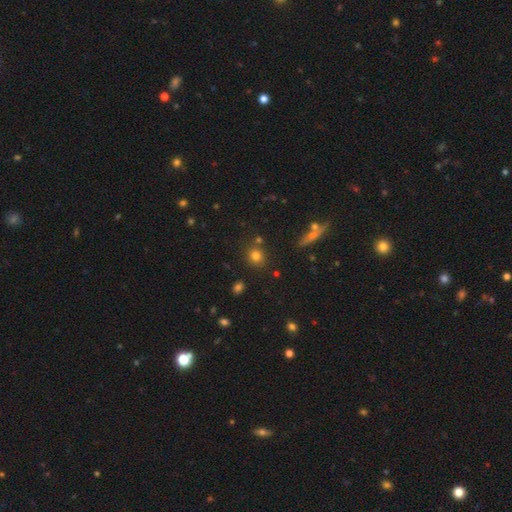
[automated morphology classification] smooth_or_featured: smooth (p=0.76) [alt: star or artifact p=0.16]
how_rounded: round (p=0.79) [alt: in between p=0.19]
merging: none (p=0.78) [alt: minor disturbance p=0.10]